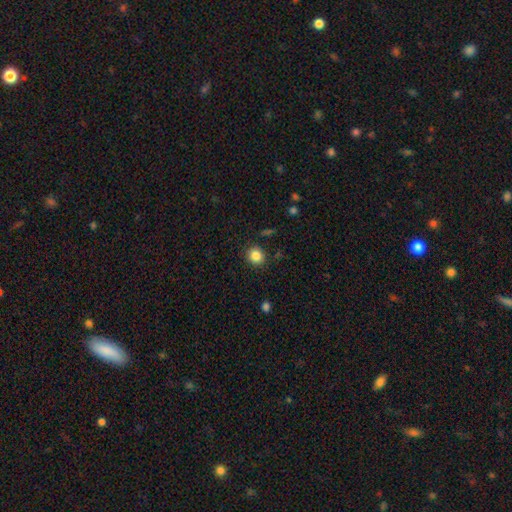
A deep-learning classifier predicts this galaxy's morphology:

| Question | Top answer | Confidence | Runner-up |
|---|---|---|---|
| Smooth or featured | smooth | 85% | star or artifact (11%) |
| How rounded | round | 83% | in between (16%) |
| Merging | none | 88% | minor disturbance (8%) |